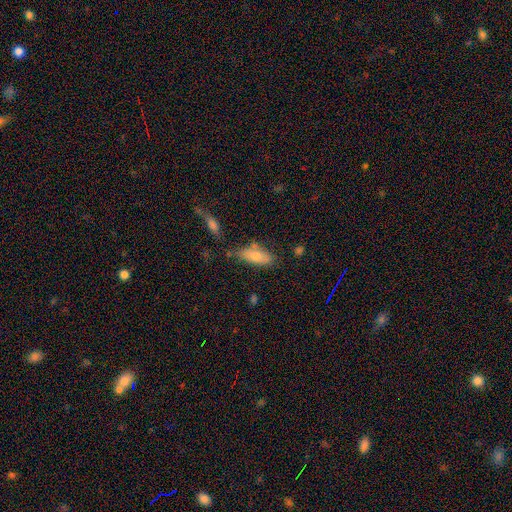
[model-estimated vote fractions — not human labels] smooth-or-featured: smooth: 76% | featured or disk: 17% | star or artifact: 7%
  how-rounded: in between: 76% | cigar-shaped: 21% | round: 2%
  merging: none: 62% | minor disturbance: 22% | merger: 10% | major disturbance: 6%